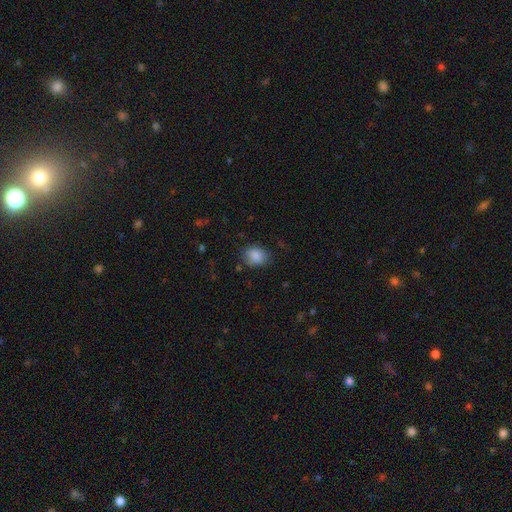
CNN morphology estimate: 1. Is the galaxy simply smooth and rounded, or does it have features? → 87% smooth, 8% star or artifact, 5% featured or disk.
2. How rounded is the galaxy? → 51% in between, 48% round, 1% cigar-shaped.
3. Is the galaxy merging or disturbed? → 75% none, 19% minor disturbance, 5% major disturbance, 2% merger.